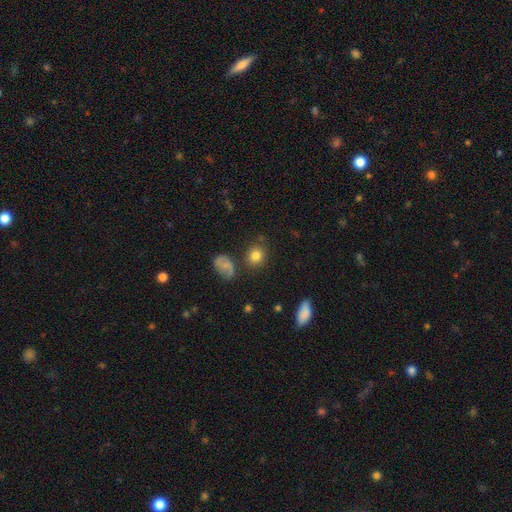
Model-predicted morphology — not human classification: smooth_or_featured: smooth (p=0.80) [alt: star or artifact p=0.11]
how_rounded: round (p=0.83) [alt: in between p=0.16]
merging: none (p=0.79) [alt: minor disturbance p=0.11]